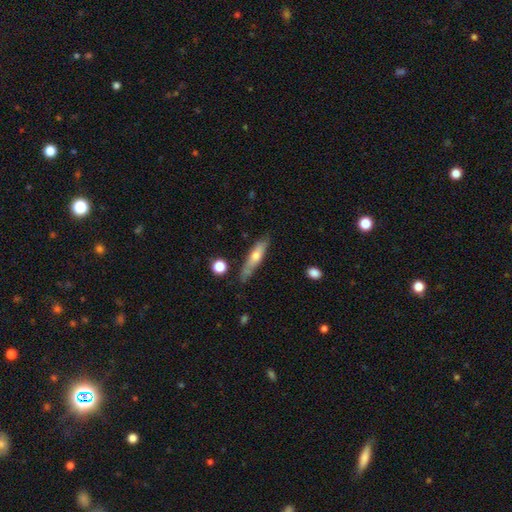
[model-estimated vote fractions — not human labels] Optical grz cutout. It shows a smooth galaxy with no disk features (55%) that is cigar-shaped (77%). Merging: none (69%).